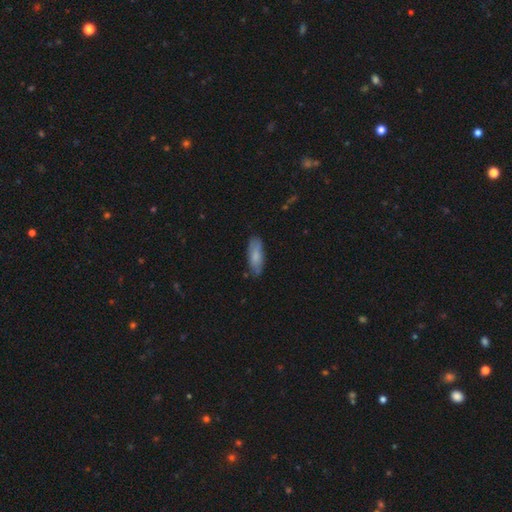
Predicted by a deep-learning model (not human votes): This is likely a smooth galaxy (77%). How rounded: likely in between (65%). Merging: likely none (74%).